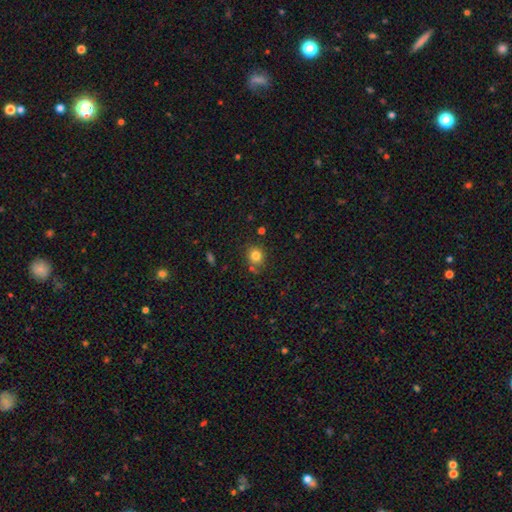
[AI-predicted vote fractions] smooth-or-featured: smooth: 81% | star or artifact: 12% | featured or disk: 7%
  how-rounded: round: 77% | in between: 22% | cigar-shaped: 1%
  merging: none: 76% | minor disturbance: 13% | merger: 8% | major disturbance: 4%